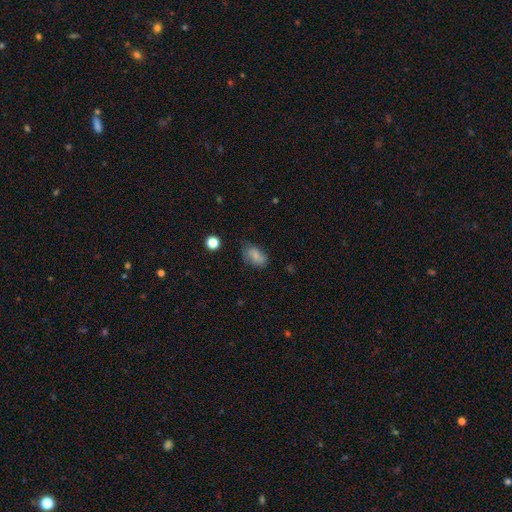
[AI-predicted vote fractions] Smooth or featured: smooth — 78% (featured or disk — 12%)
How rounded: in between — 88% (round — 10%)
Merging: none — 62% (minor disturbance — 26%)